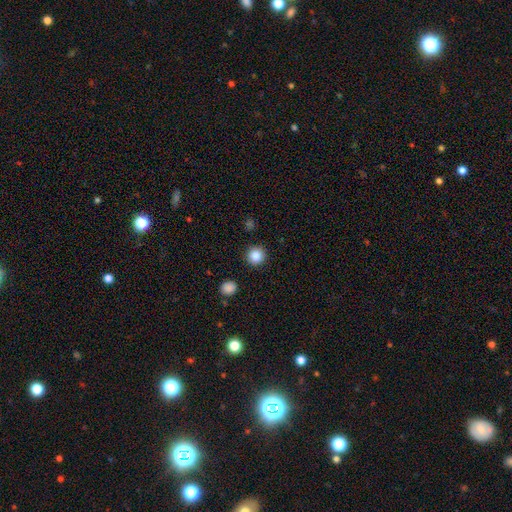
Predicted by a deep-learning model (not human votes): smooth-or-featured: smooth: 87% | star or artifact: 10% | featured or disk: 3%
  how-rounded: round: 95% | in between: 4% | cigar-shaped: 1%
  merging: none: 91% | minor disturbance: 6% | major disturbance: 2% | merger: 2%